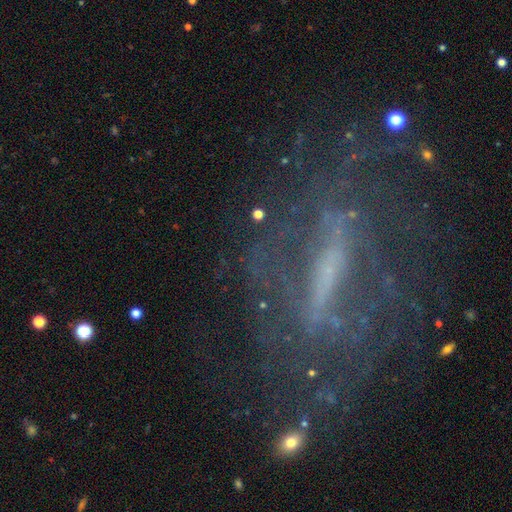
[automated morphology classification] Overall: featured or disk (75%). Edge-on disk: no (74%). Bar: strong (60%; weak 24%). Spiral arms: yes (60%; no 40%). Bulge size: small (45%; none 31%). Merging: none (64%).